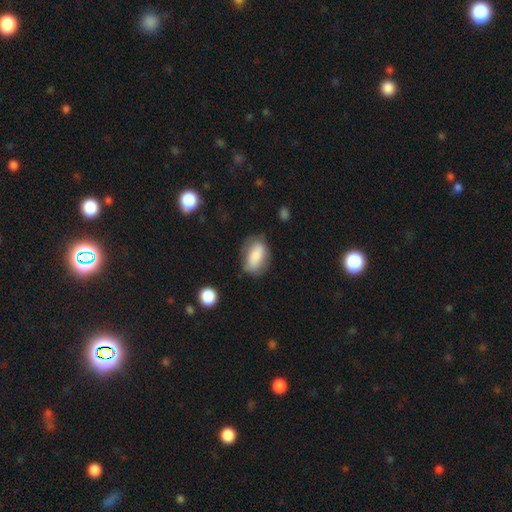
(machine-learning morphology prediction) A smooth galaxy with no disk features (80%) that is in between round and cigar-shaped (88%). Merging: none (67%).